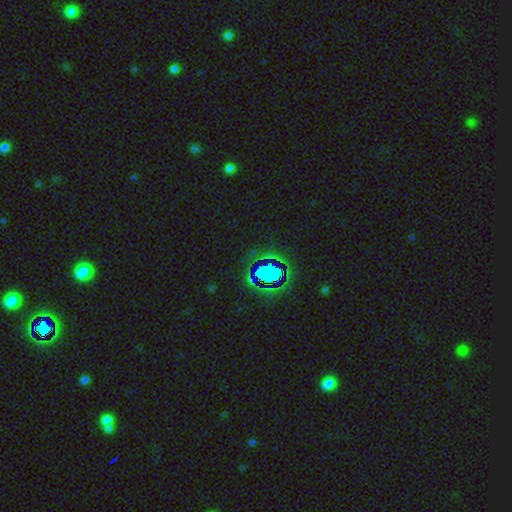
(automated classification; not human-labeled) smooth-or-featured: star or artifact: 77% | smooth: 13% | featured or disk: 10%